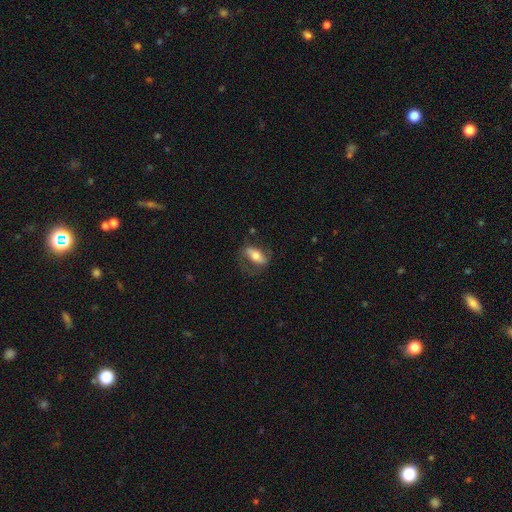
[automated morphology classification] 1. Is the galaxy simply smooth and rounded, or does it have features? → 48% smooth, 45% featured or disk, 7% star or artifact.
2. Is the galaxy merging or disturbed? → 61% none, 21% minor disturbance, 16% major disturbance, 2% merger.